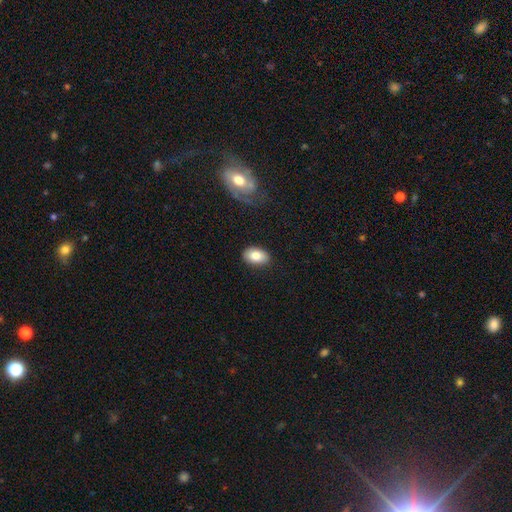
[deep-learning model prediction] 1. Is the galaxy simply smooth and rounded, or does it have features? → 84% smooth, 9% featured or disk, 7% star or artifact.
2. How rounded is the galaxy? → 88% in between, 10% round, 1% cigar-shaped.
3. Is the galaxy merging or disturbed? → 84% none, 12% minor disturbance, 3% major disturbance, 2% merger.